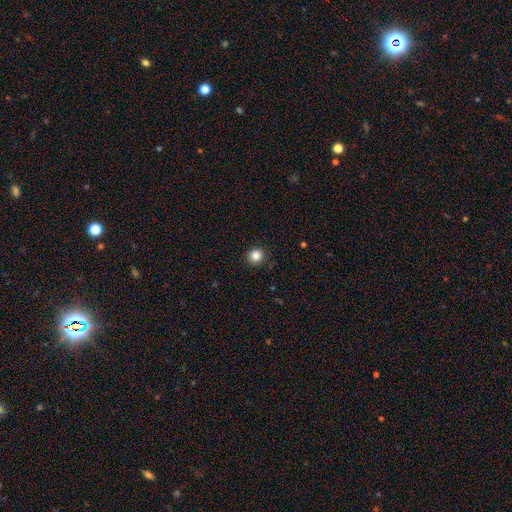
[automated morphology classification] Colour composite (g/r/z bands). It shows a smooth galaxy with no disk features (85%) that is round (92%). Merging: none (92%).